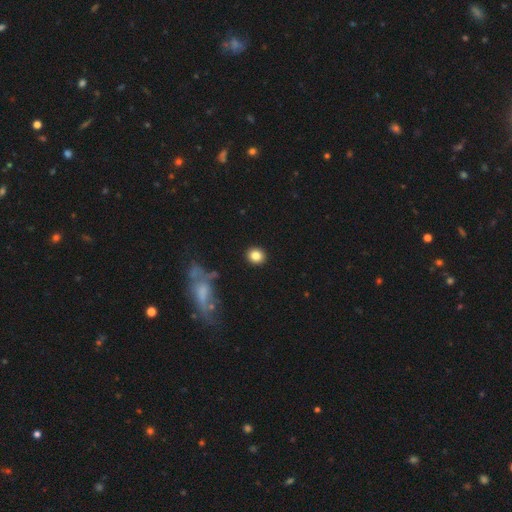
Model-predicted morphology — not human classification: This appears to be a smooth galaxy with no disk features (84%) that is round (82%). Merging: none (91%).